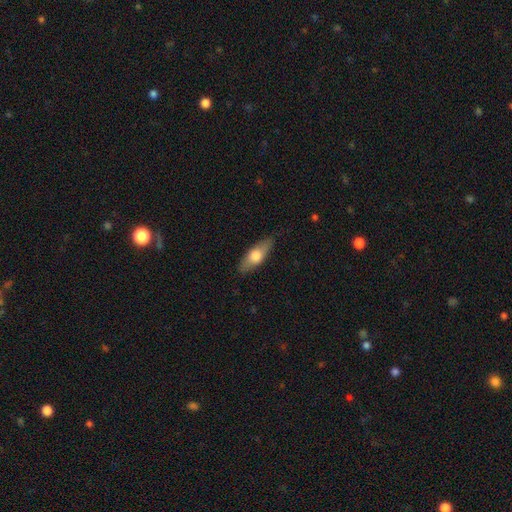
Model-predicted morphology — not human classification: smooth 61%, featured or disk 33%, star or artifact 6%. Down the decision tree: how rounded — in between (65%); merging — none (84%).